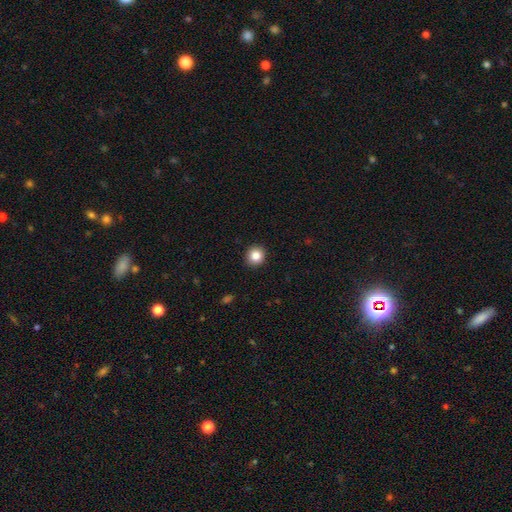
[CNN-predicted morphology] This is clearly a smooth galaxy (85%). How rounded: clearly round (92%). Merging: clearly none (92%).